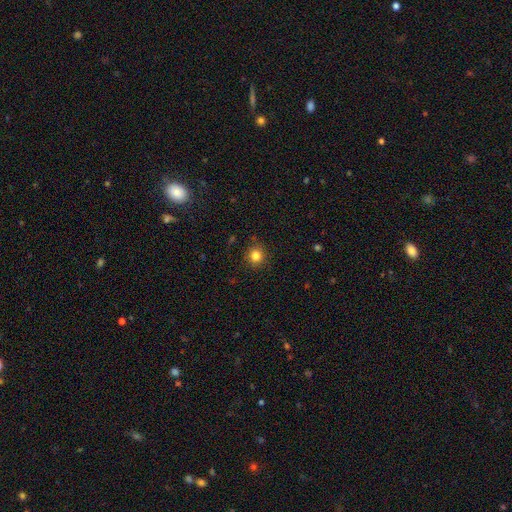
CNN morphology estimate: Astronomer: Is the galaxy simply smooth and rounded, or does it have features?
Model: smooth — 82%.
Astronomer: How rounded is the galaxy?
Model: round — 89%.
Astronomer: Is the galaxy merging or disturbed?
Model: none — 89%.